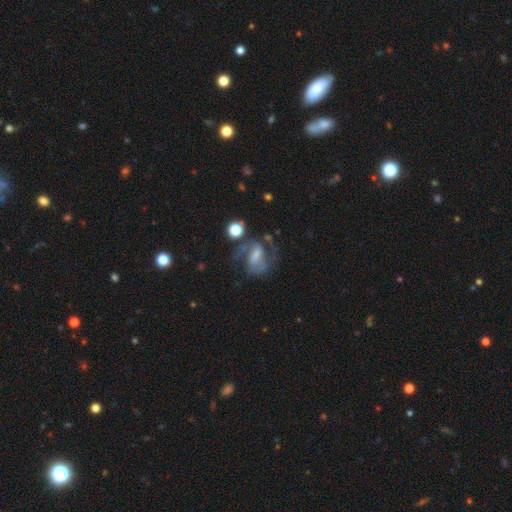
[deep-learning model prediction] The model was most divided on "bulge size": small: 30%, moderate: 28%, none: 26%, large: 13%, dominant: 2%. Remaining: edge-on disk — no (97%); spiral arms — yes (93%); spiral arm count — 2 (86%); smooth or featured — featured or disk (77%); spiral winding — medium (56%); merging — none (56%); bar — weak (47%).